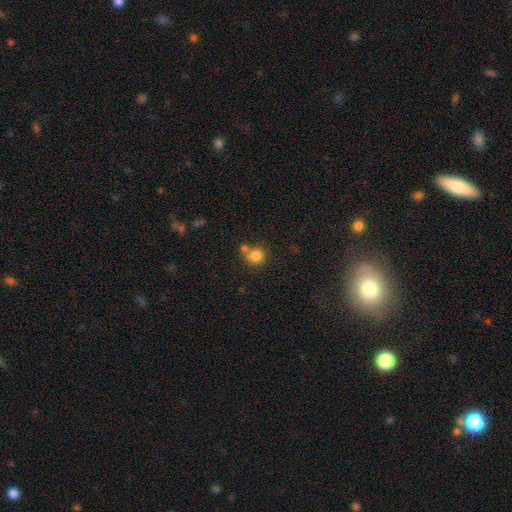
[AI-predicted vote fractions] Smooth or featured?
  - smooth: 82% *
  - star or artifact: 11%
  - featured or disk: 7%
How rounded?
  - round: 90% *
  - in between: 9%
  - cigar-shaped: 1%
Merging?
  - none: 59% *
  - merger: 28%
  - minor disturbance: 10%
  - major disturbance: 3%